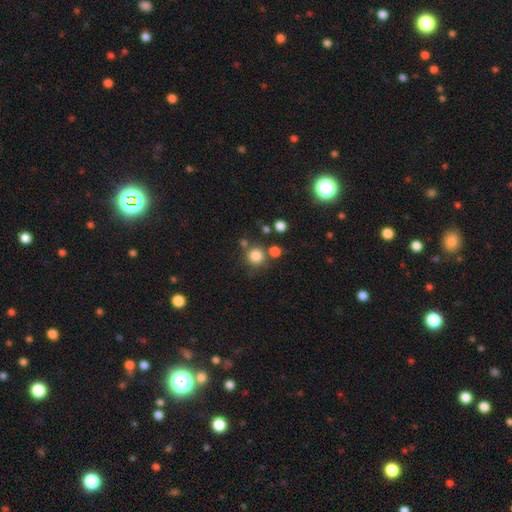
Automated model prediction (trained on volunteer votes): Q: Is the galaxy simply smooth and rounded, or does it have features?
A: smooth — 82%.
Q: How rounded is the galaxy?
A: round — 93%.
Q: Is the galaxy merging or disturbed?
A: none — 74%.